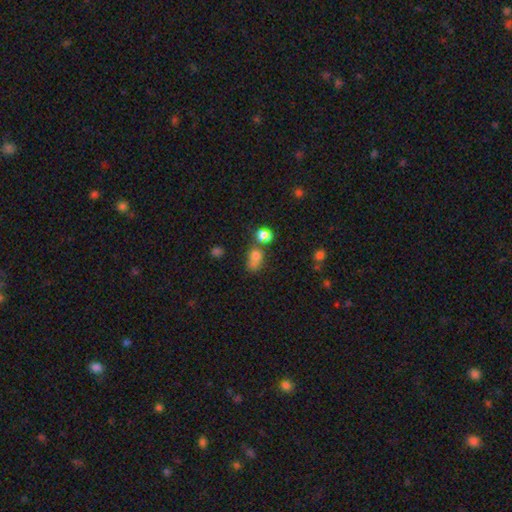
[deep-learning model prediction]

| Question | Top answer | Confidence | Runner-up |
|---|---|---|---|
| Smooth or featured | smooth | 65% | star or artifact (23%) |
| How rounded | in between | 52% | round (46%) |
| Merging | none | 41% | merger (32%) |